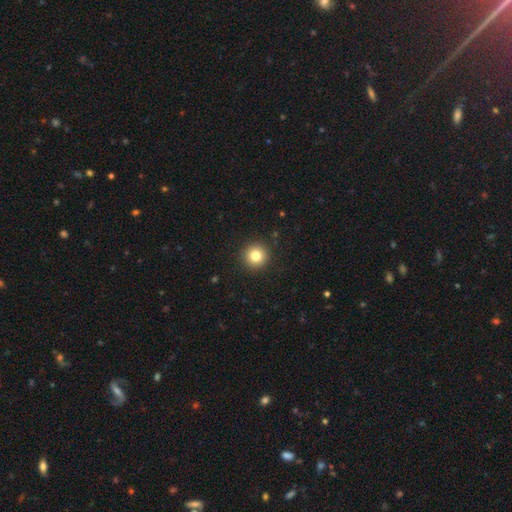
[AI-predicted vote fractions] Q: Smooth or featured?
A: smooth (81%); runner-up: star or artifact (11%)
Q: How rounded?
A: round (96%); runner-up: in between (3%)
Q: Merging?
A: none (92%); runner-up: minor disturbance (5%)